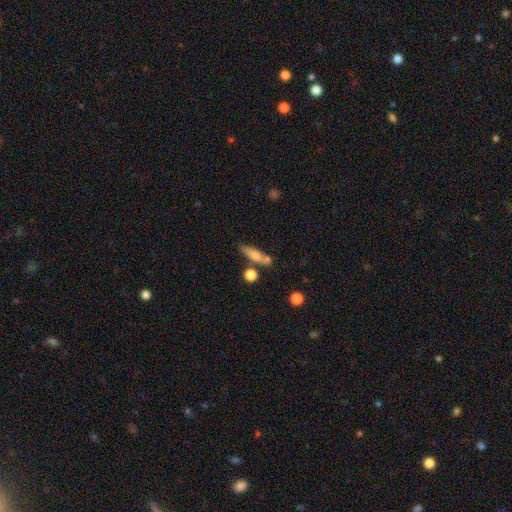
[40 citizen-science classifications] Overall: smooth (68%; featured or disk 30%). How rounded: cigar-shaped (67%; in between 30%). Merging: none (59%; minor disturbance 23%).